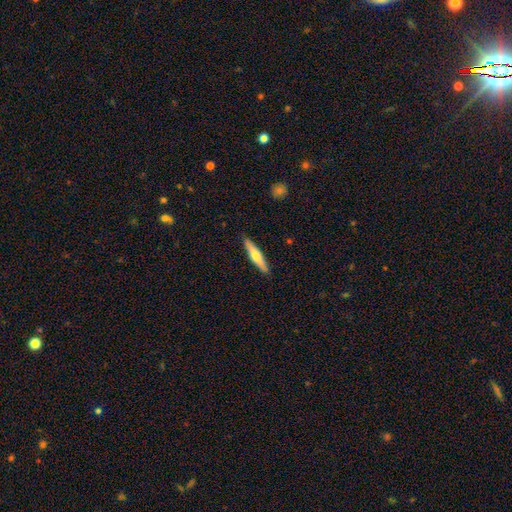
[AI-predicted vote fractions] A smooth galaxy with no disk features (62%) that is cigar-shaped (84%). Merging: none (90%).